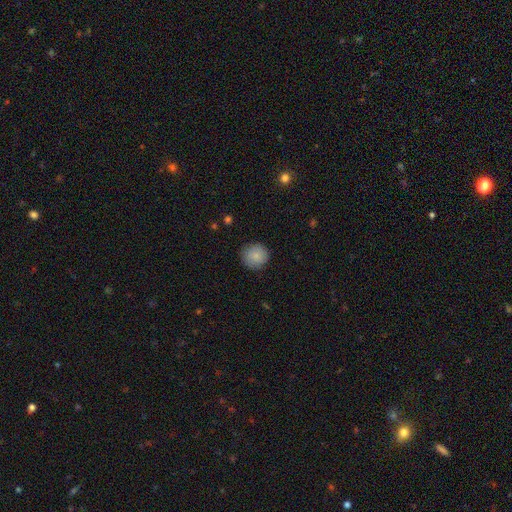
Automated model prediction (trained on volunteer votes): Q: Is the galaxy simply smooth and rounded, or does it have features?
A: smooth — 86%.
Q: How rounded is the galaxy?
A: round — 93%.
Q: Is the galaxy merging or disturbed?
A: none — 88%.